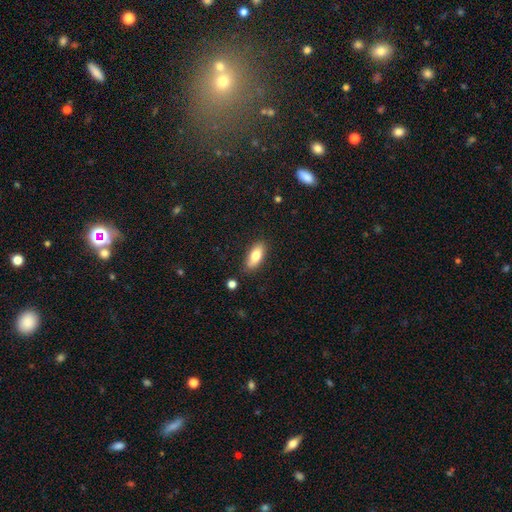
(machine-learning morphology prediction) This is likely a smooth galaxy (79%). How rounded: clearly in between (84%). Merging: clearly none (81%).